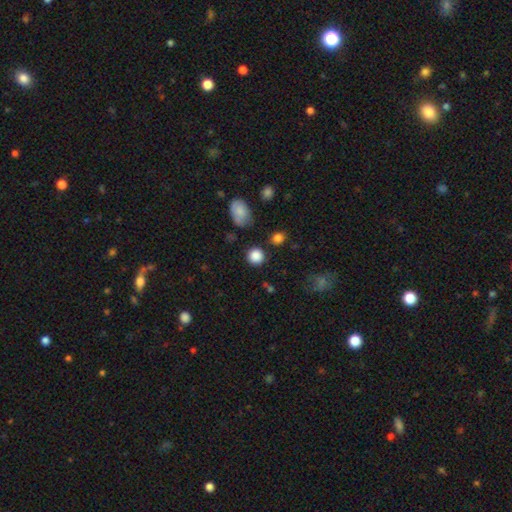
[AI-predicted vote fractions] Q: Smooth or featured?
A: smooth (86%); runner-up: star or artifact (10%)
Q: How rounded?
A: round (91%); runner-up: in between (8%)
Q: Merging?
A: none (85%); runner-up: minor disturbance (9%)